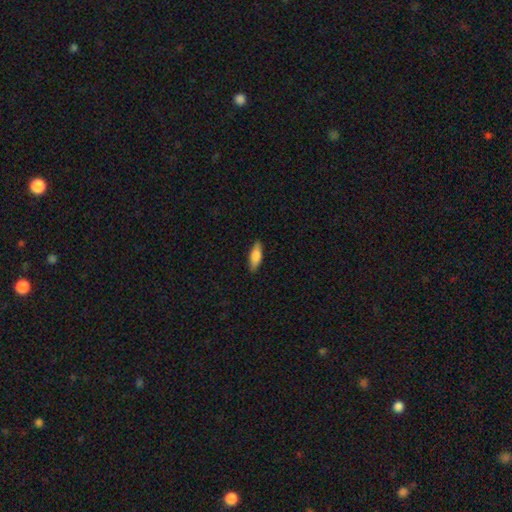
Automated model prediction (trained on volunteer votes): Overall: smooth (81%). How rounded: in between (63%; cigar-shaped 35%). Merging: none (88%).